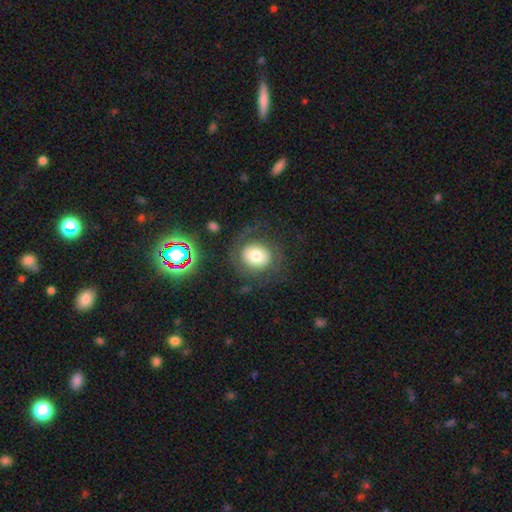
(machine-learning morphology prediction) type=smooth (58%); roundness=round (72%); merging=none (68%).